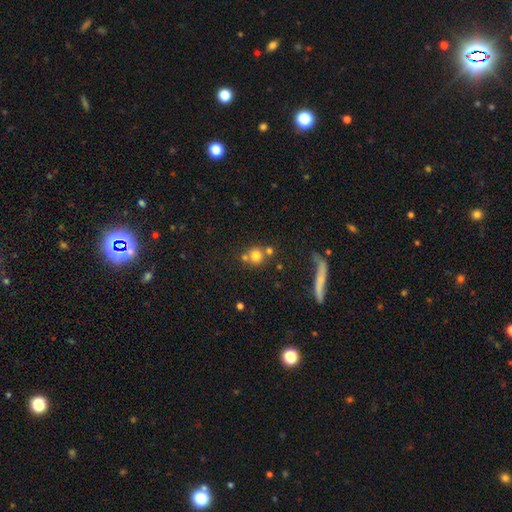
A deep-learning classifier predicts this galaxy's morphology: Overall: smooth (75%). How rounded: round (88%). Merging: none (57%; merger 28%).